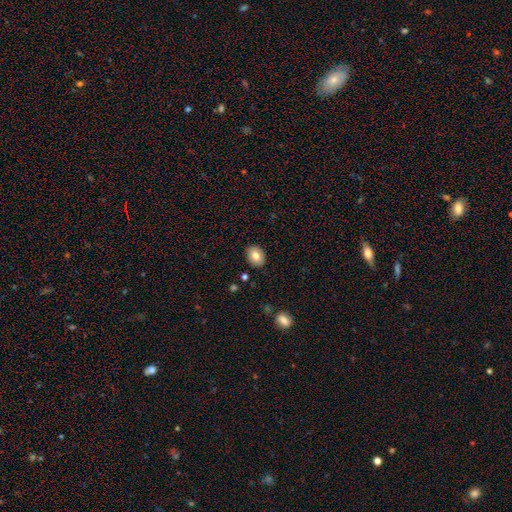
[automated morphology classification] smooth 78%, featured or disk 14%, star or artifact 8%. Down the decision tree: how rounded — in between (66%); merging — none (89%).